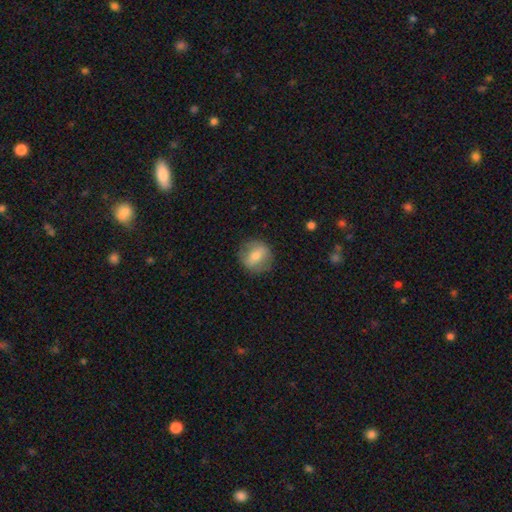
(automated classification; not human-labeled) Smooth or featured?
  - smooth: 61% *
  - featured or disk: 31%
  - star or artifact: 8%
How rounded?
  - round: 84% *
  - in between: 15%
  - cigar-shaped: 1%
Merging?
  - none: 84% *
  - minor disturbance: 11%
  - major disturbance: 4%
  - merger: 1%